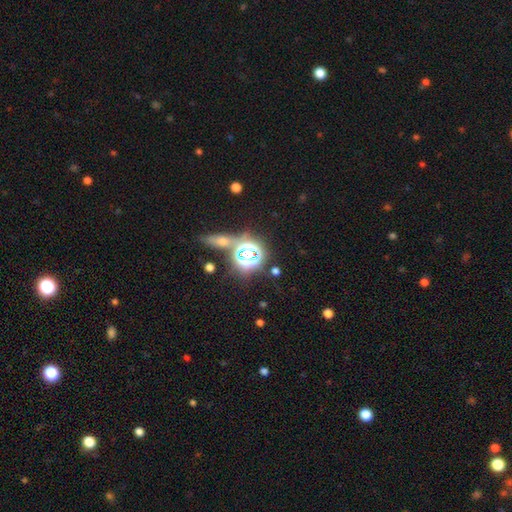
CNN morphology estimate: Smooth or featured?
  - star or artifact: 73% *
  - smooth: 19%
  - featured or disk: 9%